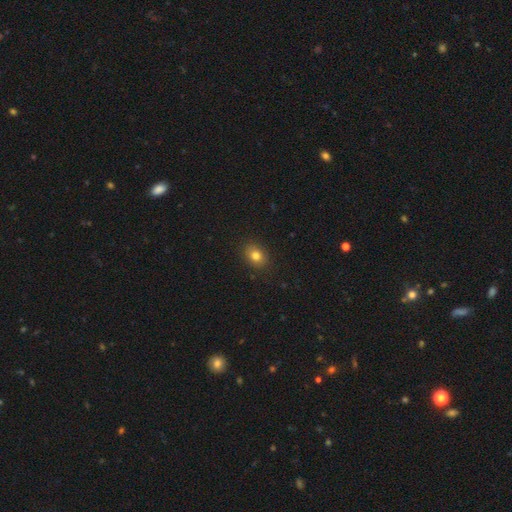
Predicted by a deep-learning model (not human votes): This appears to be a smooth galaxy with no disk features (81%) that is in between round and cigar-shaped (54%). Merging: none (88%).